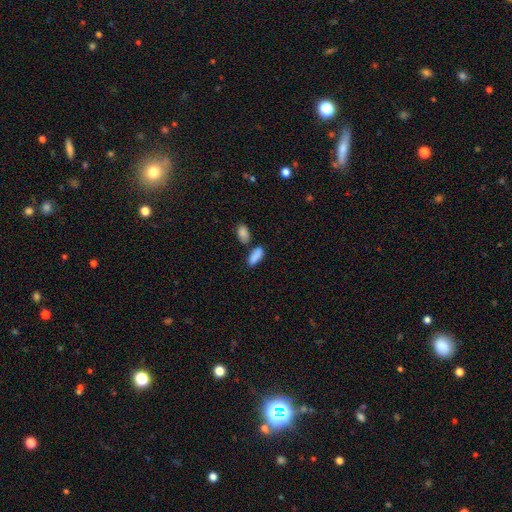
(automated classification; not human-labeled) Overall: smooth (87%). How rounded: in between (83%). Merging: none (61%).